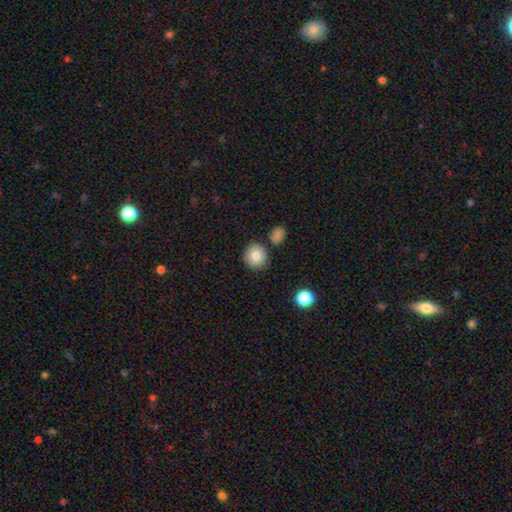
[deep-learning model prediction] This is clearly a smooth galaxy (83%). How rounded: clearly round (86%). Merging: clearly none (83%).